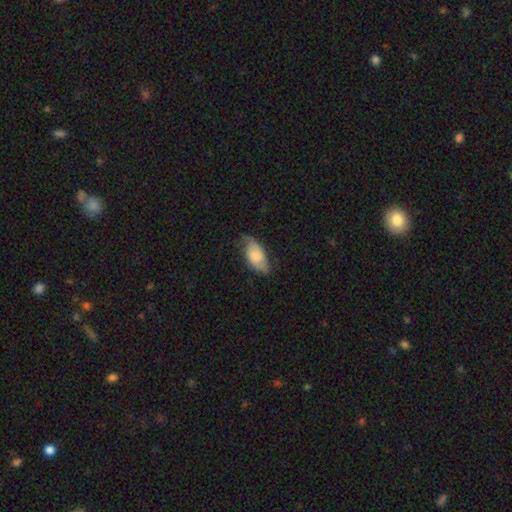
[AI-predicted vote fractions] Smooth or featured: smooth — 55% (featured or disk — 39%)
How rounded: in between — 92% (cigar-shaped — 5%)
Merging: none — 60% (minor disturbance — 29%)